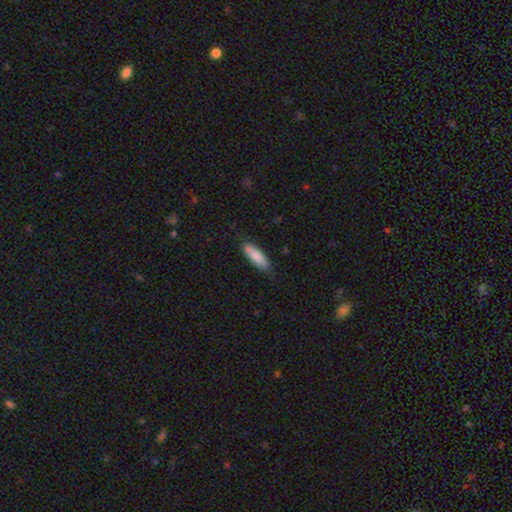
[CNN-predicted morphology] A smooth galaxy with no disk features (86%) that is cigar-shaped (53%).

Vote fractions:
- Smooth or featured? smooth: 86% / featured or disk: 9% / star or artifact: 5%
- How rounded? cigar-shaped: 53% / in between: 45% / round: 1%
- Merging? none: 83% / minor disturbance: 13% / major disturbance: 2% / merger: 1%